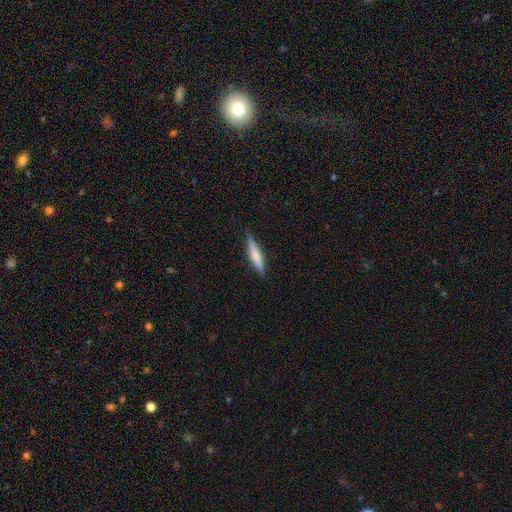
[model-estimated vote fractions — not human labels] Smooth or featured?
  - smooth: 57% *
  - featured or disk: 37%
  - star or artifact: 6%
How rounded?
  - cigar-shaped: 87% *
  - in between: 11%
  - round: 2%
Merging?
  - none: 84% *
  - minor disturbance: 12%
  - major disturbance: 2%
  - merger: 1%